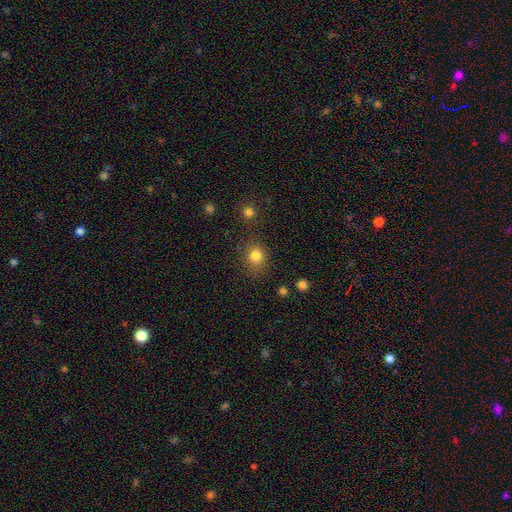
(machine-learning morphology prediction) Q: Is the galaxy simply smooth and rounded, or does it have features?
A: smooth — 82%.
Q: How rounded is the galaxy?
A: round — 73%.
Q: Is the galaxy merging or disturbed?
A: none — 78%.